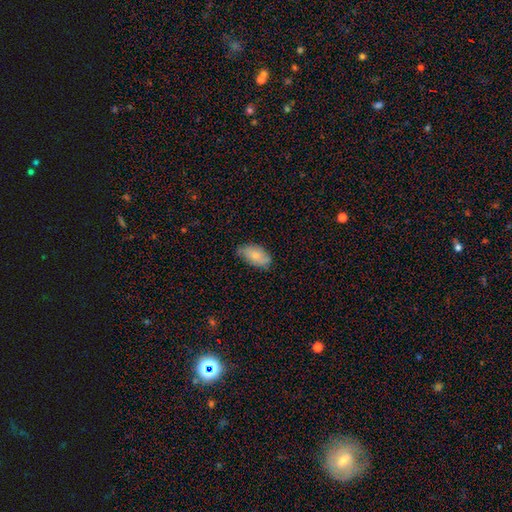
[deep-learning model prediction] This is likely a smooth galaxy (74%). How rounded: clearly in between (93%). Merging: likely none (72%).